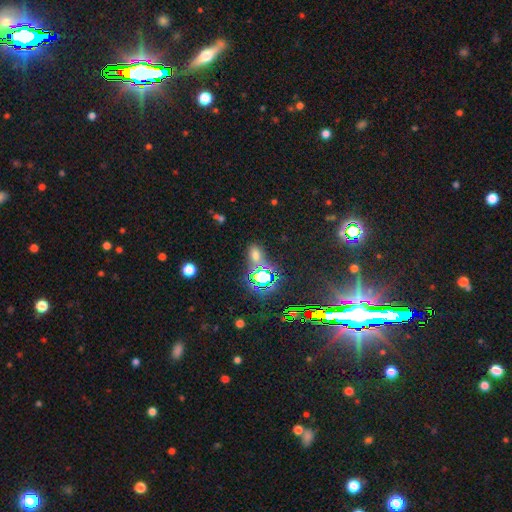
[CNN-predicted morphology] A smooth galaxy with no disk features (49%). Merging: none (70%).